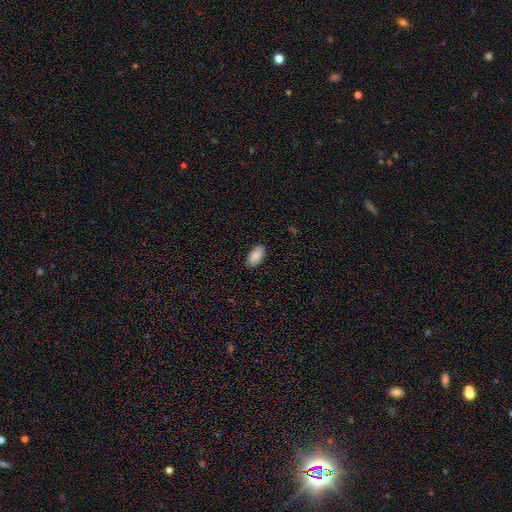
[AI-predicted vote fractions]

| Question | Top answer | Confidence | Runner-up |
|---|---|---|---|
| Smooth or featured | smooth | 88% | star or artifact (7%) |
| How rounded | in between | 95% | cigar-shaped (3%) |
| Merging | none | 87% | minor disturbance (10%) |